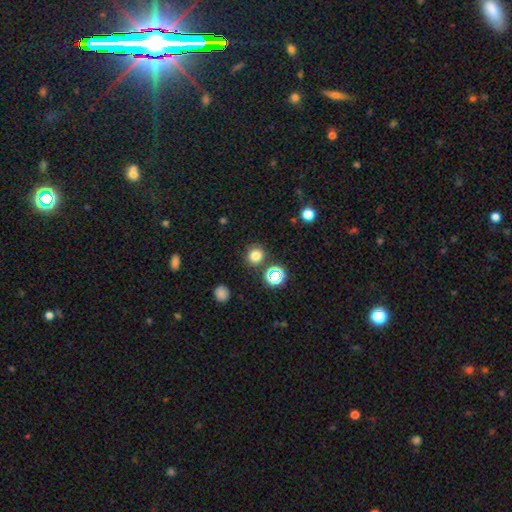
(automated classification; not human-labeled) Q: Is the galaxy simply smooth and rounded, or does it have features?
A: smooth — 76%.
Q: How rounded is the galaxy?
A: round — 90%.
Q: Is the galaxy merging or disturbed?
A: none — 85%.